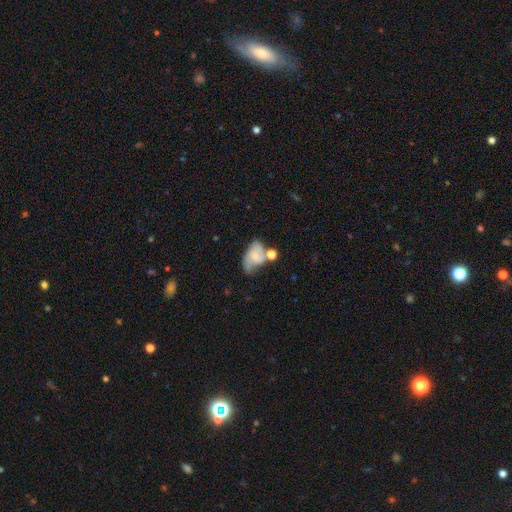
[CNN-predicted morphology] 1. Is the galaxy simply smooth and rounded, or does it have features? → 51% featured or disk, 40% smooth, 9% star or artifact.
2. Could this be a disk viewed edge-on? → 96% no, 4% yes.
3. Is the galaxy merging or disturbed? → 32% none, 26% minor disturbance, 25% merger, 17% major disturbance.